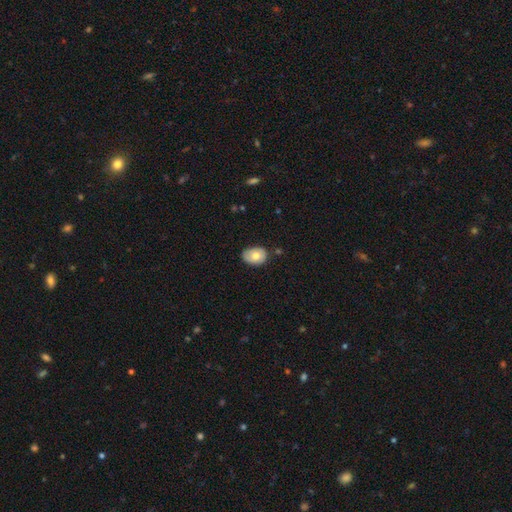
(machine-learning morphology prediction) This appears to be a smooth galaxy with no disk features (72%) that is in between round and cigar-shaped (75%). Merging: none (69%).